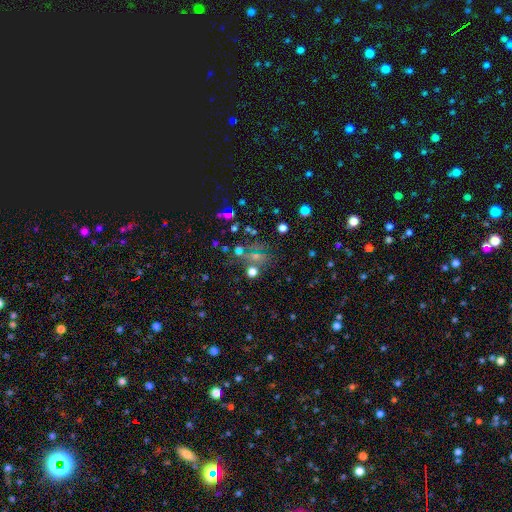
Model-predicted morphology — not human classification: smooth_or_featured: star or artifact (p=0.48) [alt: smooth p=0.30]